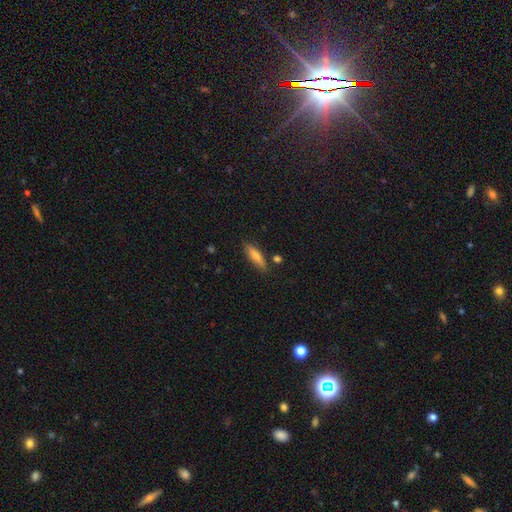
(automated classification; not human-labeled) Overall: smooth (67%). How rounded: cigar-shaped (72%). Merging: none (83%).